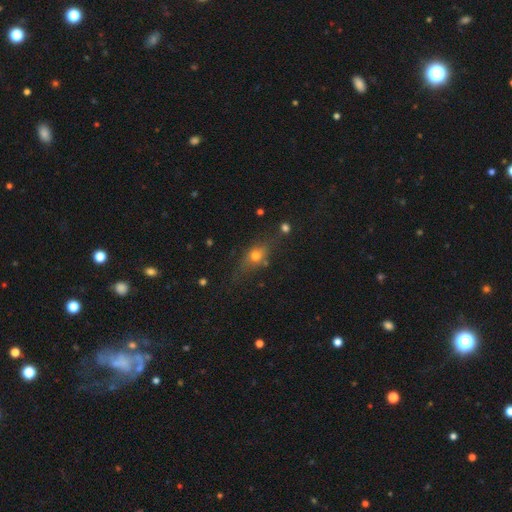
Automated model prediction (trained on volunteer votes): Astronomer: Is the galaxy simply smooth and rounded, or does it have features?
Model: smooth — 64%.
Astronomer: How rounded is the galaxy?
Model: in between — 56% (runner-up: round, 33%).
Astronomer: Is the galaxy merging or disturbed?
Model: none — 66%.